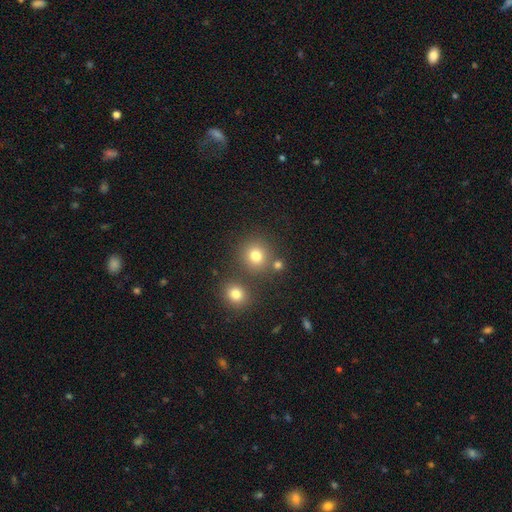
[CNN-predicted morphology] Overall: smooth (78%). How rounded: round (89%). Merging: none (76%).